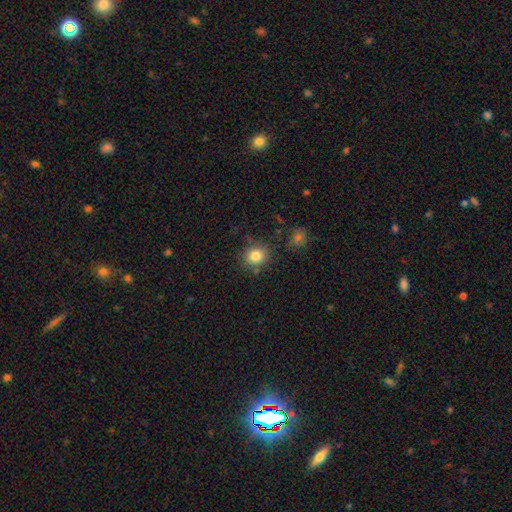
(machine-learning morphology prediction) smooth_or_featured: smooth (p=0.84) [alt: star or artifact p=0.11]
how_rounded: round (p=0.80) [alt: in between p=0.19]
merging: none (p=0.80) [alt: minor disturbance p=0.12]